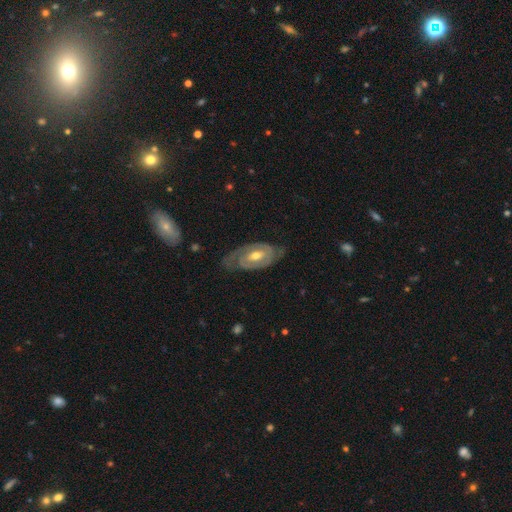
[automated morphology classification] featured or disk 84%, smooth 11%, star or artifact 5%. Down the decision tree: edge-on disk — no (94%); bar — no (46%); spiral arms — yes (90%); spiral arm count — 2 (74%); spiral winding — tight (63%); bulge size — moderate (70%); merging — none (72%).